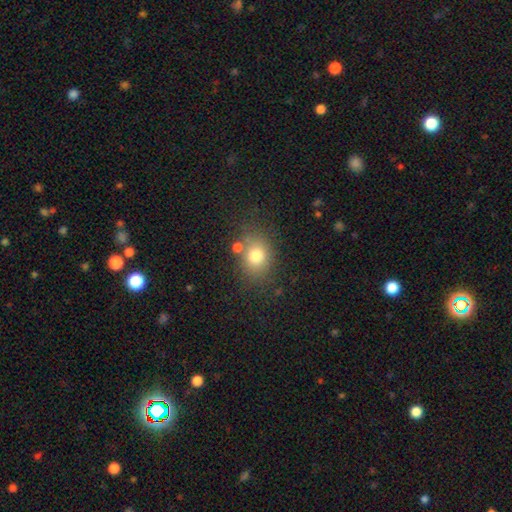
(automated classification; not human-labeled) smooth 75%, star or artifact 13%, featured or disk 12%. Down the decision tree: how rounded — round (51%); merging — none (68%).